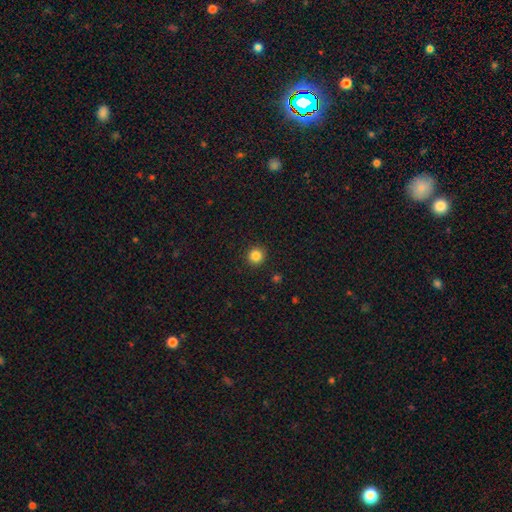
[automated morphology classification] Overall: smooth (85%). How rounded: round (94%). Merging: none (92%).